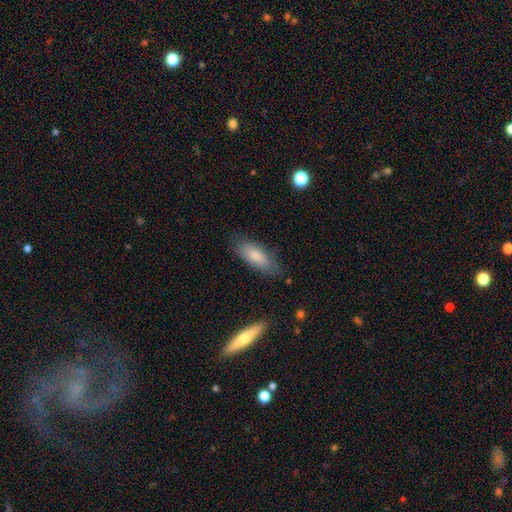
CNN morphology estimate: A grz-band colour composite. It shows a smooth galaxy with no disk features (79%) that is in between round and cigar-shaped (73%). Merging: none (73%).